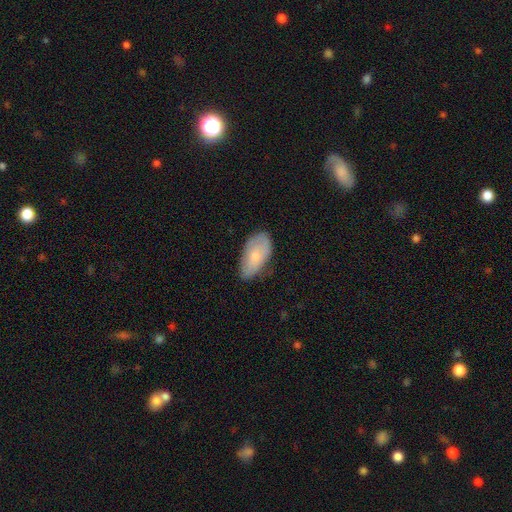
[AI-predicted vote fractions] This appears to be a smooth galaxy with no disk features (70%) that is in between round and cigar-shaped (94%). Merging: none (69%).